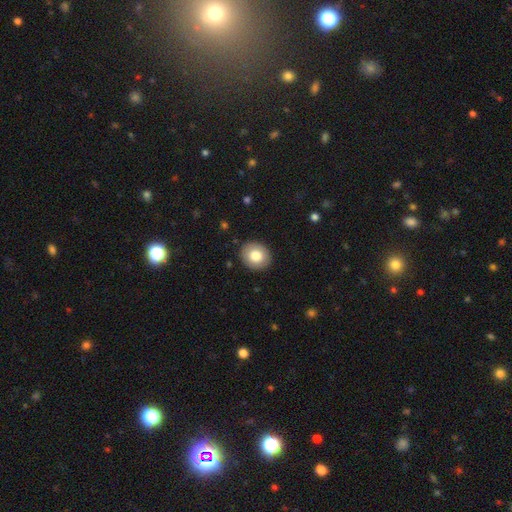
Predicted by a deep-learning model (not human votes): The model was most divided on "how rounded": round: 71%, in between: 28%, cigar-shaped: 1%. More confident: merging — none (90%); smooth or featured — smooth (79%).